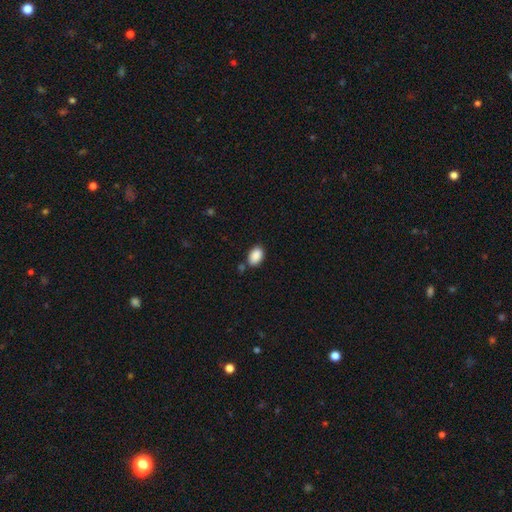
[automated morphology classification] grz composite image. It shows a smooth galaxy with no disk features (89%) that is in between round and cigar-shaped (90%). Merging: none (75%).